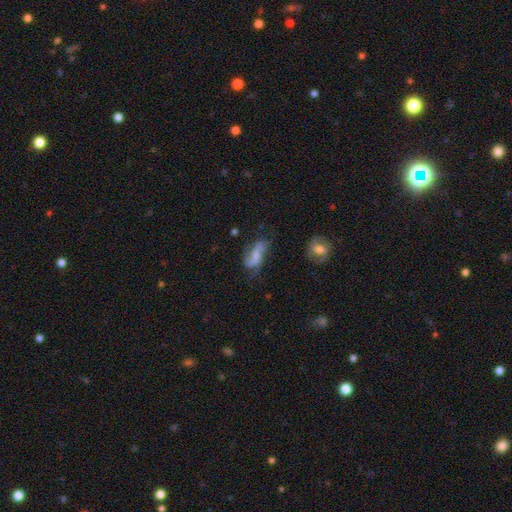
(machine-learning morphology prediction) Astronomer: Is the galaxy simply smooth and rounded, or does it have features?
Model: featured or disk — 66%.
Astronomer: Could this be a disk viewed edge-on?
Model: no — 93%.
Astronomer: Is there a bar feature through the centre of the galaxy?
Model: no — 45% (runner-up: weak, 38%).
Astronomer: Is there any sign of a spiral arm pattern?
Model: yes — 90%.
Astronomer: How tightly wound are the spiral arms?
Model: loose — 71%.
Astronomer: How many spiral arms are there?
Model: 2 — 86%.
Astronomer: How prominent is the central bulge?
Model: small — 39% (runner-up: none, 27%).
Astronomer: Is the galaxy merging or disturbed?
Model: none — 55%.